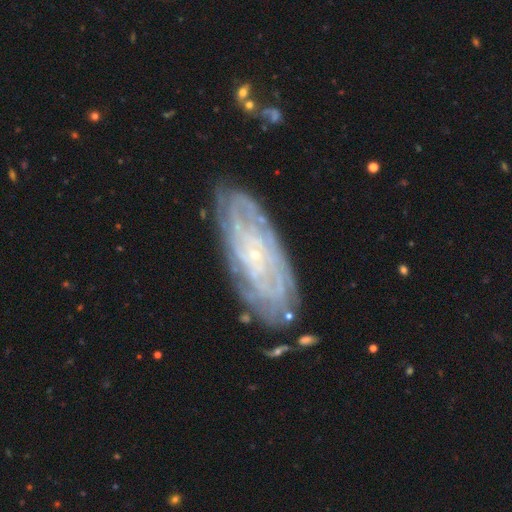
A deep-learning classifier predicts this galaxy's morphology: Overall: featured or disk (81%). Edge-on disk: no (89%). Bar: no (79%). Spiral arms: yes (91%). Spiral arm count: can't tell (51%; more than 4 15%). Spiral winding: tight (80%). Bulge size: small (88%). Merging: none (79%).